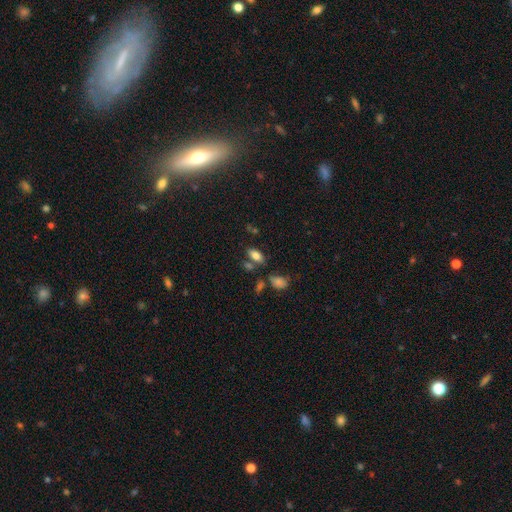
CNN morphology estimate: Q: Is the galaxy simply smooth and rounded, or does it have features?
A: smooth — 79%.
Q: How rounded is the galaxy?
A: in between — 89%.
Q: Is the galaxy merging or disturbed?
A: none — 69%.